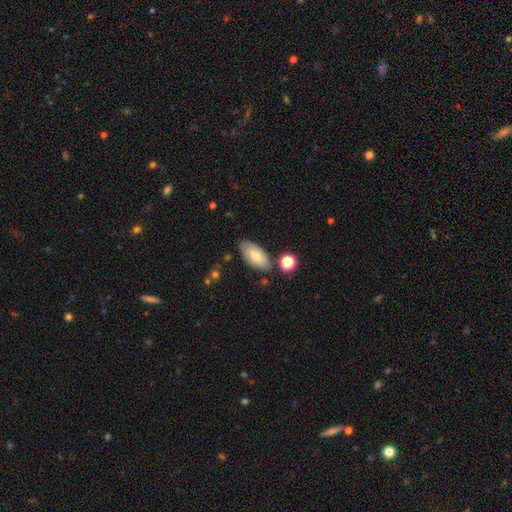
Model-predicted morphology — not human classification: The model was most divided on "smooth or featured": smooth: 63%, featured or disk: 30%, star or artifact: 7%. More confident: how rounded — in between (92%); merging — none (75%).